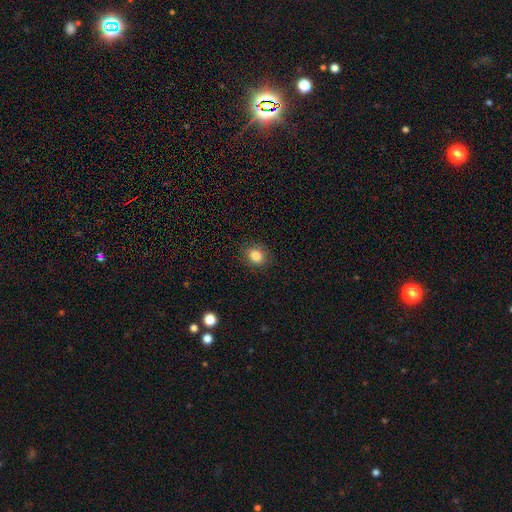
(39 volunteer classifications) smooth 90%, featured or disk 10%, star or artifact 0%. Down the decision tree: how rounded — round (63%); merging — none (79%).